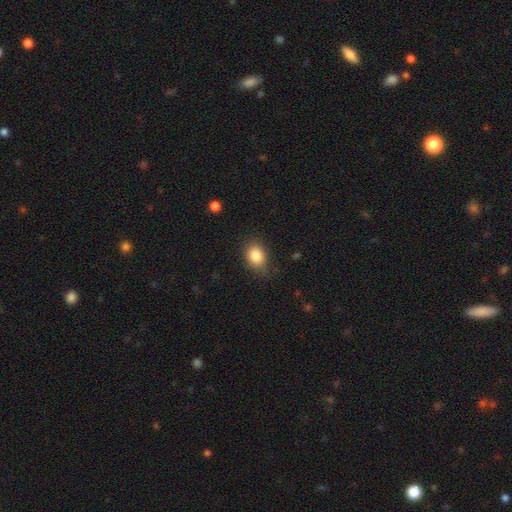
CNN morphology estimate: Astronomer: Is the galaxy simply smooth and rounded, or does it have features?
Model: smooth — 85%.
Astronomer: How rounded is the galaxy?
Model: in between — 59% (runner-up: round, 40%).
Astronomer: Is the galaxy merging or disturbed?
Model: none — 74%.